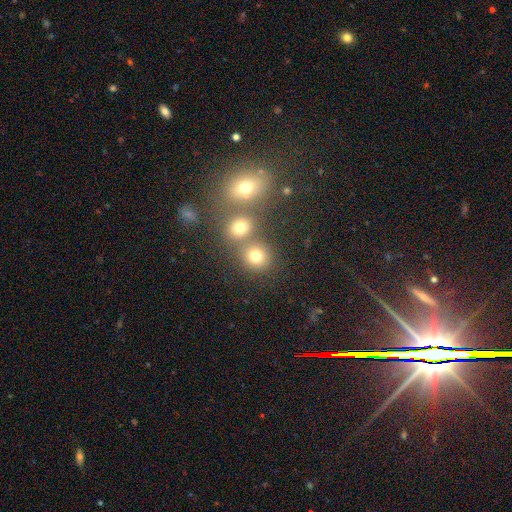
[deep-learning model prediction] This is likely a smooth galaxy (74%). How rounded: clearly round (83%). Merging: likely none (65%).